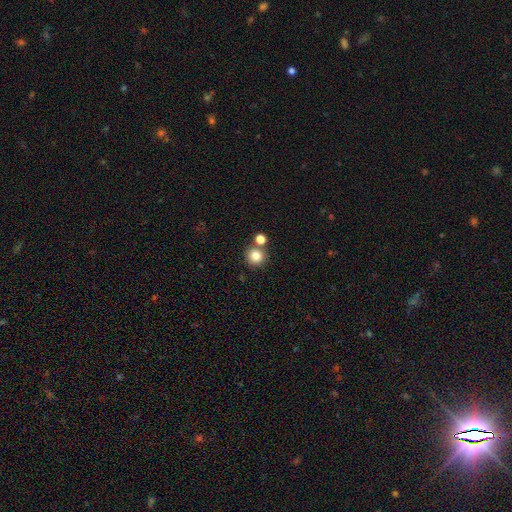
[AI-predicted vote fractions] Smooth or featured? Predicted: smooth (p=0.82). How rounded? Predicted: round (p=0.93). Merging? Predicted: none (p=0.73).